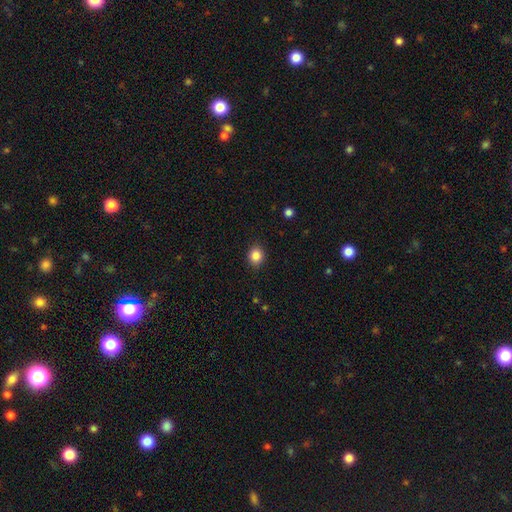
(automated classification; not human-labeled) A smooth galaxy with no disk features (85%) that is round (75%). Merging: none (89%).